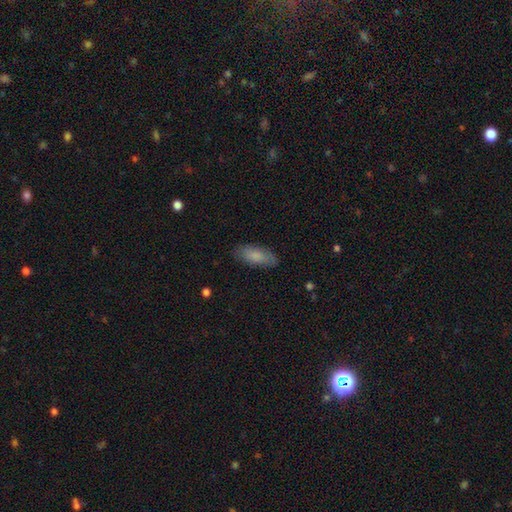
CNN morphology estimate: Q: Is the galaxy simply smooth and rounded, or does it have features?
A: smooth — 79%.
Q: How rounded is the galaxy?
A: in between — 75%.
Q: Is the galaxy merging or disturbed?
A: none — 81%.